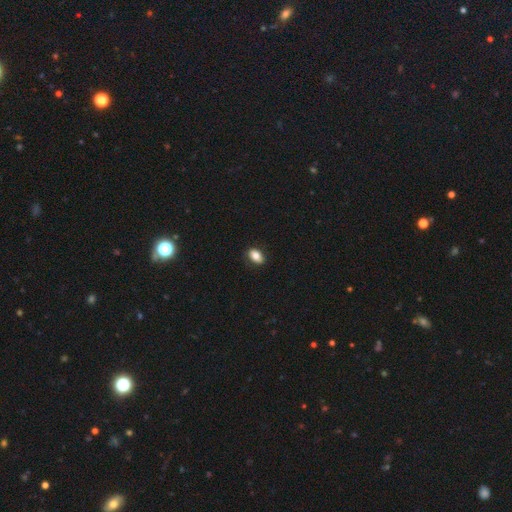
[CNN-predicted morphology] This appears to be a smooth galaxy with no disk features (83%) that is in between round and cigar-shaped (87%). Merging: none (84%).